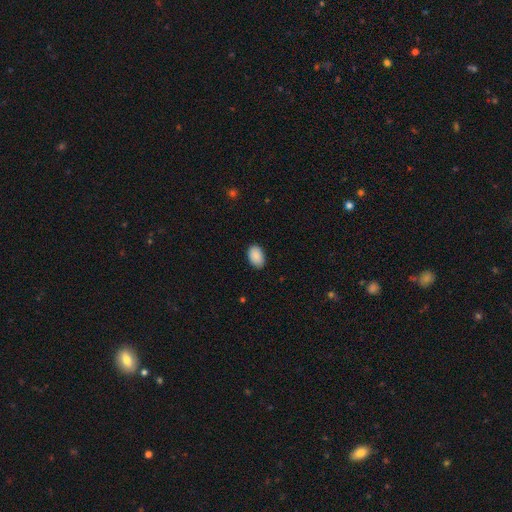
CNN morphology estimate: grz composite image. It shows a smooth galaxy with no disk features (90%) that is in between round and cigar-shaped (90%). Merging: none (87%).